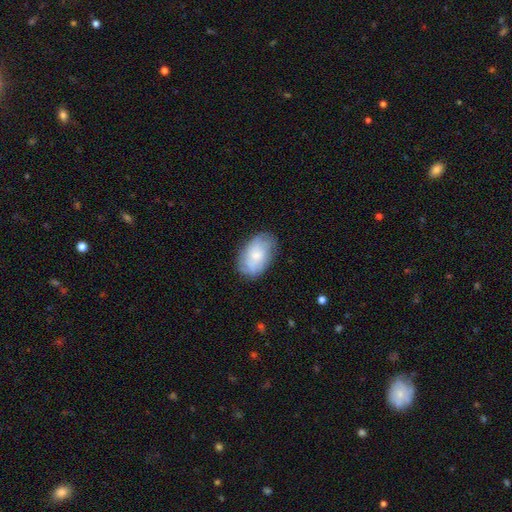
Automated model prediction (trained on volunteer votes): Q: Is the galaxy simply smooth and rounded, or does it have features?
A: smooth — 59%.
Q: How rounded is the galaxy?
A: in between — 90%.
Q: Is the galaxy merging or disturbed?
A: none — 75%.